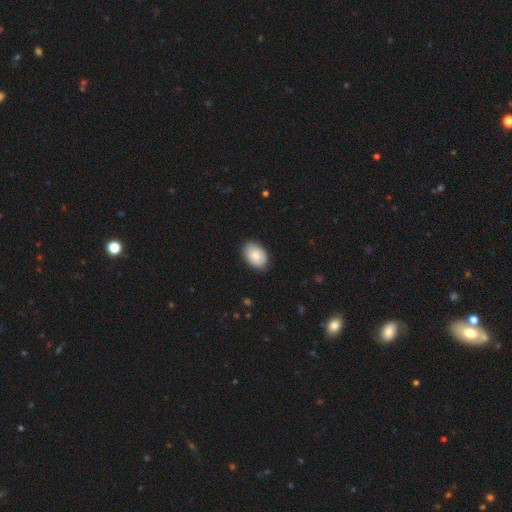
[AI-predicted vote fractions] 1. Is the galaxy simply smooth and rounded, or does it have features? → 82% smooth, 11% featured or disk, 6% star or artifact.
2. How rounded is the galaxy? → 81% in between, 18% round, 1% cigar-shaped.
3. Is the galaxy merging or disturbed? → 83% none, 14% minor disturbance, 2% major disturbance, 1% merger.